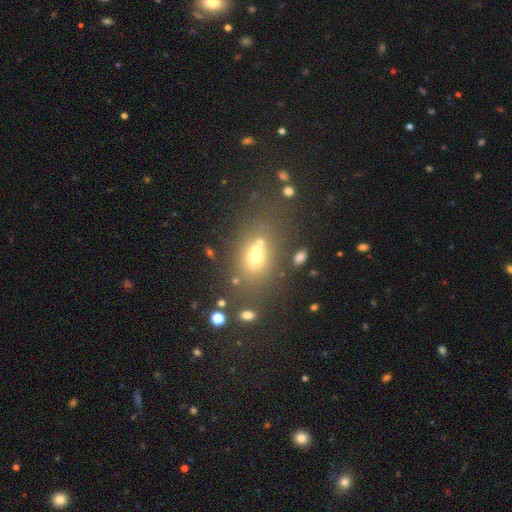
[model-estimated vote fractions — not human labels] Morphology: type=smooth (53%); roundness=in between (62%); merging=none (52%).